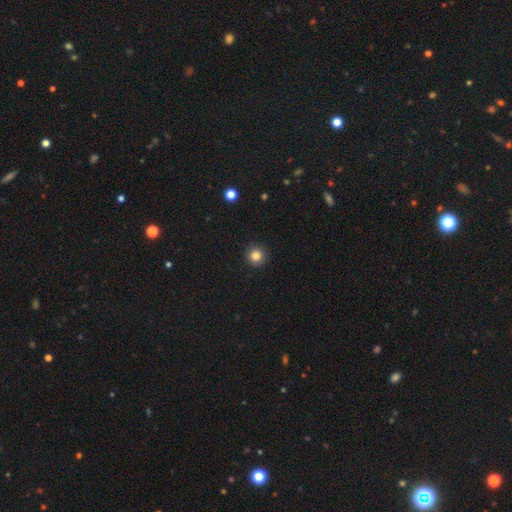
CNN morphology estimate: Smooth or featured? Predicted: smooth (p=0.84). How rounded? Predicted: round (p=0.95). Merging? Predicted: none (p=0.92).